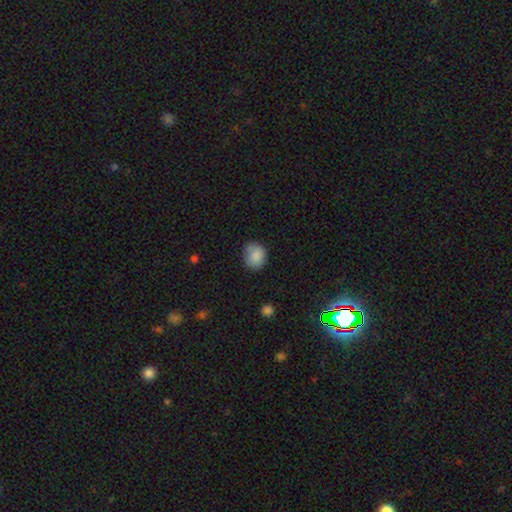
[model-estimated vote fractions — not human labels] Overall: smooth (85%). How rounded: round (67%; in between 32%). Merging: none (71%).